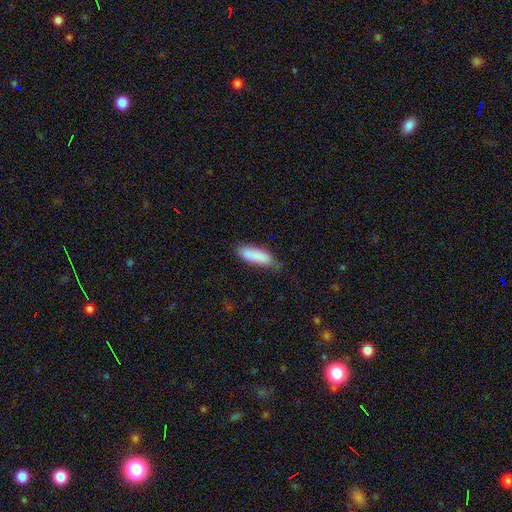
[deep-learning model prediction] Q: Smooth or featured?
A: smooth (88%); runner-up: featured or disk (6%)
Q: How rounded?
A: in between (61%); runner-up: cigar-shaped (38%)
Q: Merging?
A: none (68%); runner-up: minor disturbance (26%)